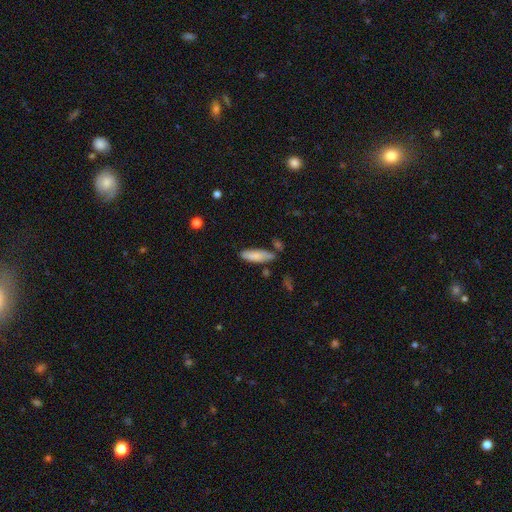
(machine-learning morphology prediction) The model was most divided on "how rounded": in between: 53%, cigar-shaped: 45%, round: 2%. More confident: smooth or featured — smooth (82%); merging — none (66%).